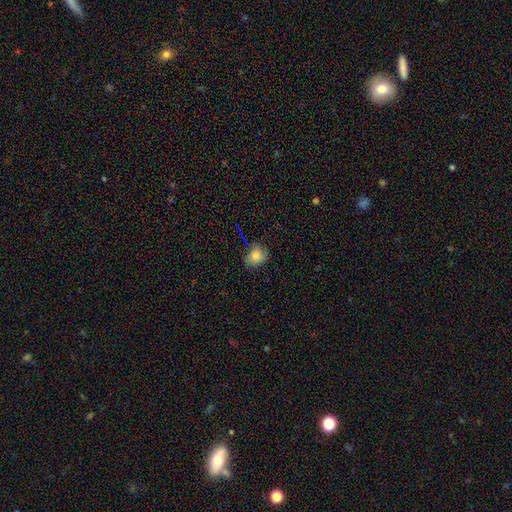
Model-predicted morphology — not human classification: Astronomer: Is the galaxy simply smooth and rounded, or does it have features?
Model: smooth — 80%.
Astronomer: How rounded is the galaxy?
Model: round — 56% (runner-up: in between, 43%).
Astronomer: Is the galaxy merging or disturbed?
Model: none — 70%.